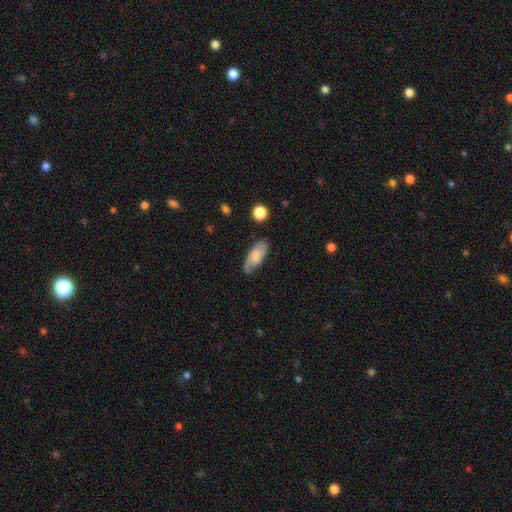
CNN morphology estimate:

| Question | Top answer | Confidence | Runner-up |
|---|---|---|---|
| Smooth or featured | smooth | 67% | featured or disk (26%) |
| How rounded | in between | 83% | cigar-shaped (15%) |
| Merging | none | 69% | minor disturbance (23%) |